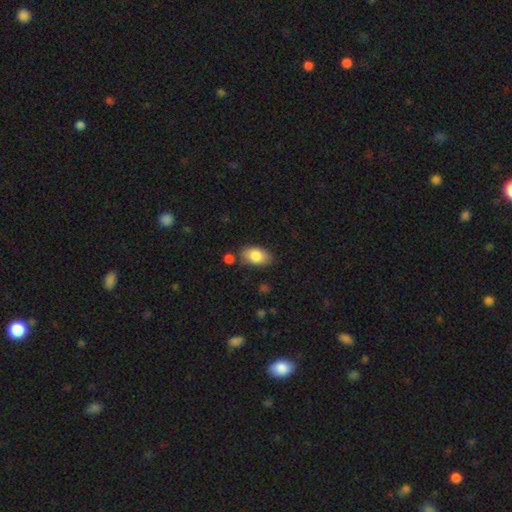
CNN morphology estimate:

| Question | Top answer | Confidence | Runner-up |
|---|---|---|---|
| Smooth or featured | smooth | 83% | featured or disk (10%) |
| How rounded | in between | 92% | round (6%) |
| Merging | none | 77% | minor disturbance (14%) |